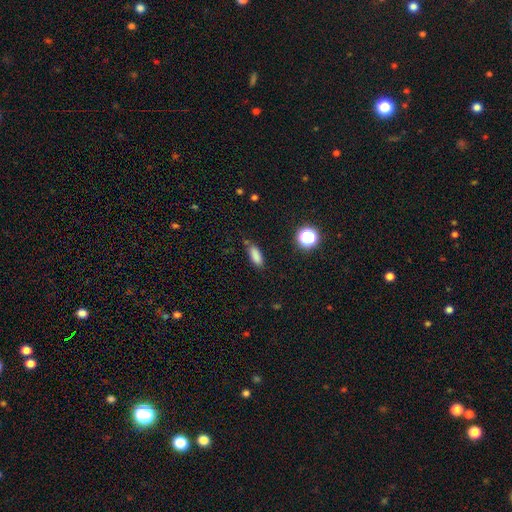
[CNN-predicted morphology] smooth-or-featured: smooth: 83% | star or artifact: 12% | featured or disk: 5%
  how-rounded: in between: 71% | cigar-shaped: 25% | round: 5%
  merging: none: 76% | minor disturbance: 17% | major disturbance: 4% | merger: 3%